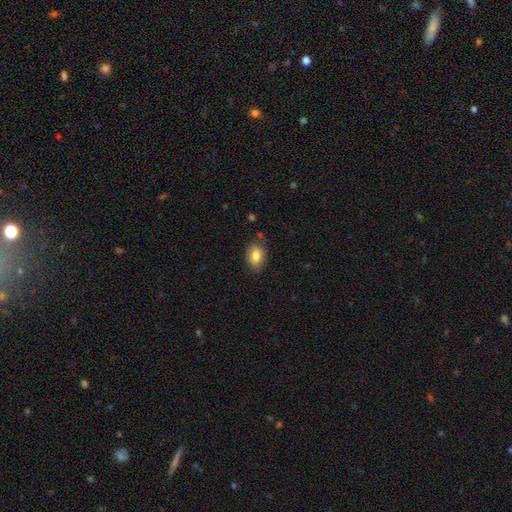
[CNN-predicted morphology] The model was most divided on "merging": none: 78%, minor disturbance: 17%, major disturbance: 3%, merger: 2%. More confident: how rounded — in between (84%); smooth or featured — smooth (83%).